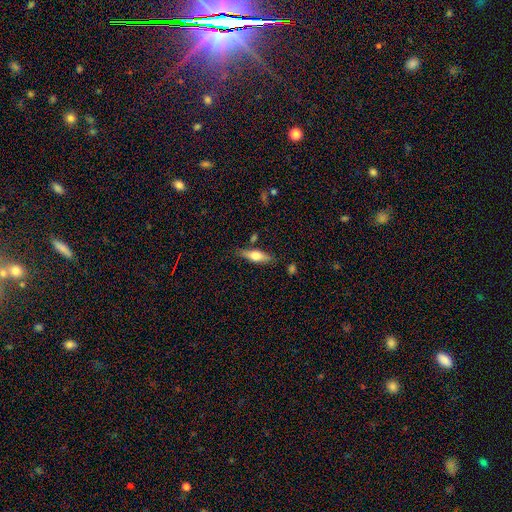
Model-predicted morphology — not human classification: smooth 53%, featured or disk 40%, star or artifact 6%. Down the decision tree: how rounded — cigar-shaped (55%); merging — none (79%).